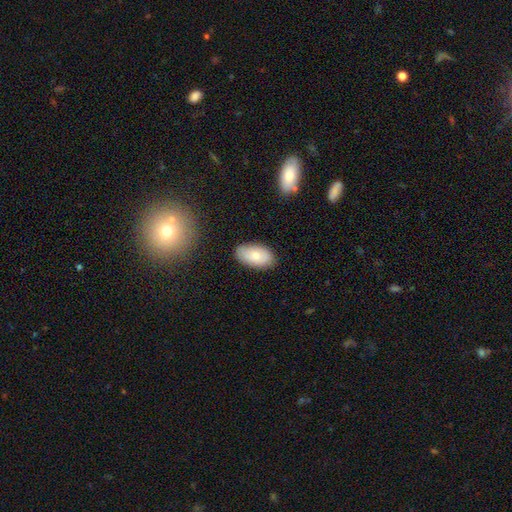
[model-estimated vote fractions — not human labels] A smooth galaxy with no disk features (78%) that is in between round and cigar-shaped (94%).

Vote fractions:
- Smooth or featured? smooth: 78% / featured or disk: 15% / star or artifact: 6%
- How rounded? in between: 94% / round: 4% / cigar-shaped: 2%
- Merging? none: 81% / minor disturbance: 14% / major disturbance: 3% / merger: 2%